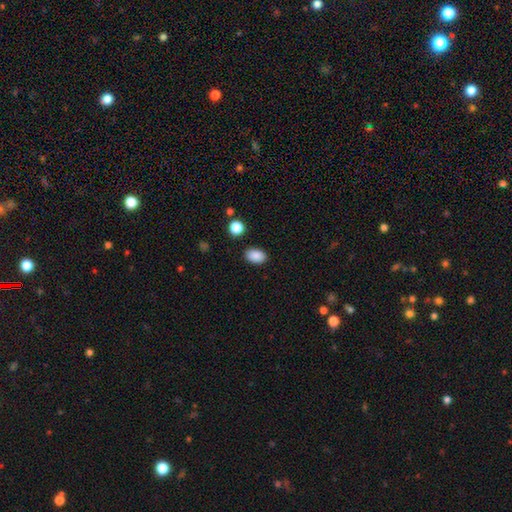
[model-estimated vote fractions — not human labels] Smooth or featured? smooth (88%)
How rounded? in between (86%)
Merging? none (87%)